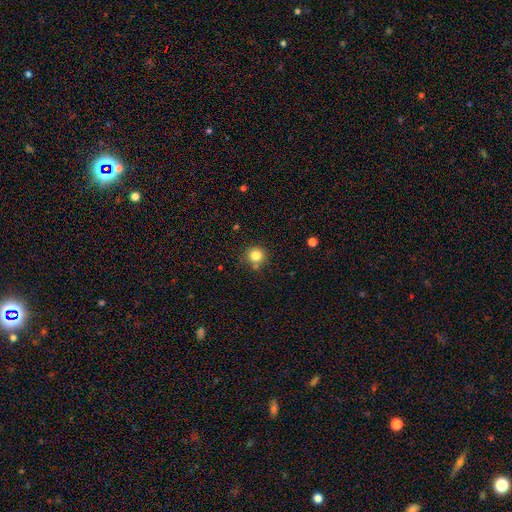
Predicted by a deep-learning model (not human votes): The model was most divided on "merging": none: 78%, minor disturbance: 11%, merger: 8%, major disturbance: 3%. More confident: how rounded — round (92%); smooth or featured — smooth (82%).